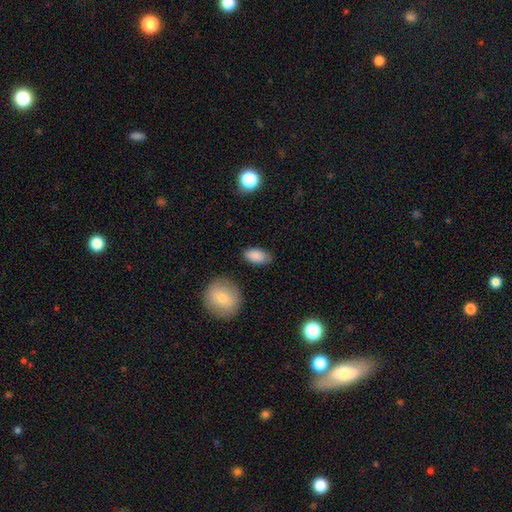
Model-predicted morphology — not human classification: Overall: smooth (87%). How rounded: in between (93%). Merging: none (82%).